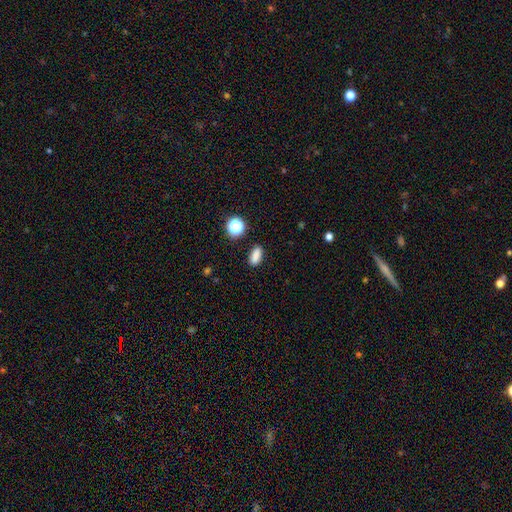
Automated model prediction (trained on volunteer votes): A smooth galaxy with no disk features (83%) that is in between round and cigar-shaped (77%).

Vote fractions:
- Smooth or featured? smooth: 83% / star or artifact: 13% / featured or disk: 4%
- How rounded? in between: 77% / cigar-shaped: 14% / round: 9%
- Merging? none: 86% / minor disturbance: 9% / major disturbance: 3% / merger: 2%